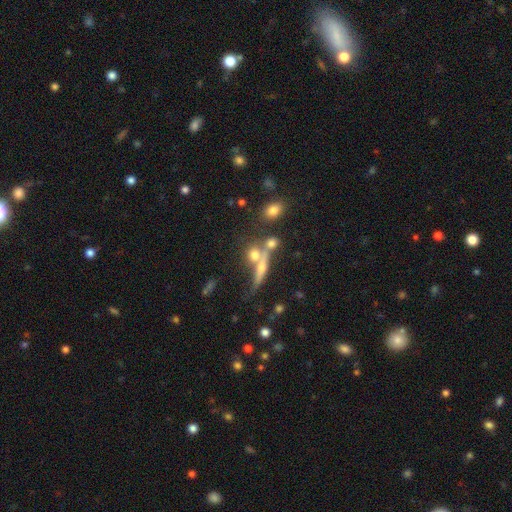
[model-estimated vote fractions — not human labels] Overall: smooth (47%; featured or disk 38%). Merging: none (43%; merger 37%).